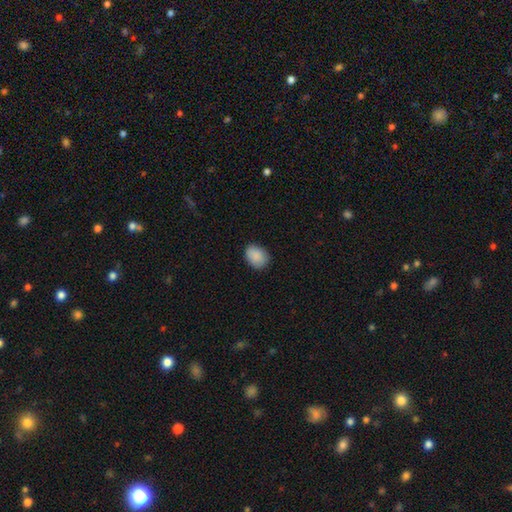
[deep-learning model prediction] A smooth galaxy with no disk features (89%) that is in between round and cigar-shaped (66%).

Vote fractions:
- Smooth or featured? smooth: 89% / star or artifact: 7% / featured or disk: 4%
- How rounded? in between: 66% / round: 33% / cigar-shaped: 1%
- Merging? none: 82% / minor disturbance: 14% / major disturbance: 2% / merger: 1%